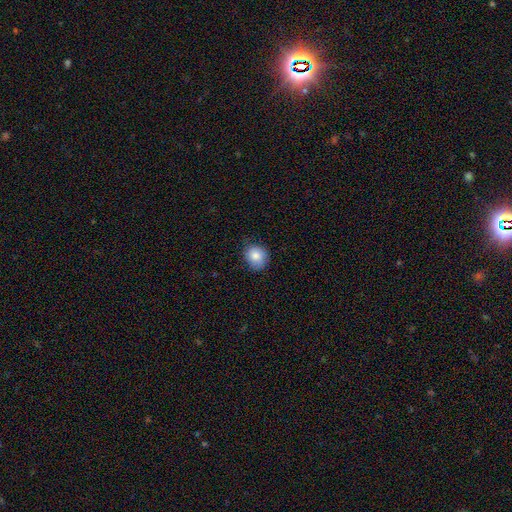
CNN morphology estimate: Smooth or featured? smooth (84%)
How rounded? round (72%)
Merging? none (74%)